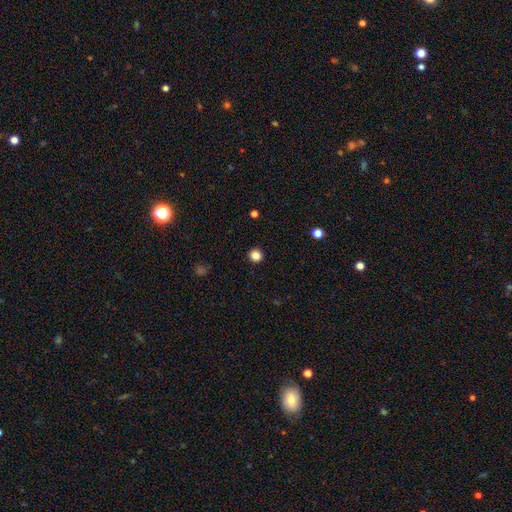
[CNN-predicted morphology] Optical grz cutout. It shows a smooth galaxy with no disk features (85%) that is round (93%). Merging: none (93%).